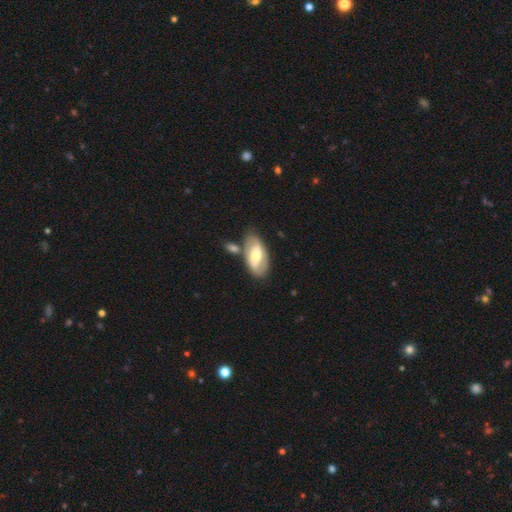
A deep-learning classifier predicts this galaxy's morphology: This is possibly a featured or disk galaxy (51%). It is clearly not viewed edge-on (88%). Merging: likely none (62%).